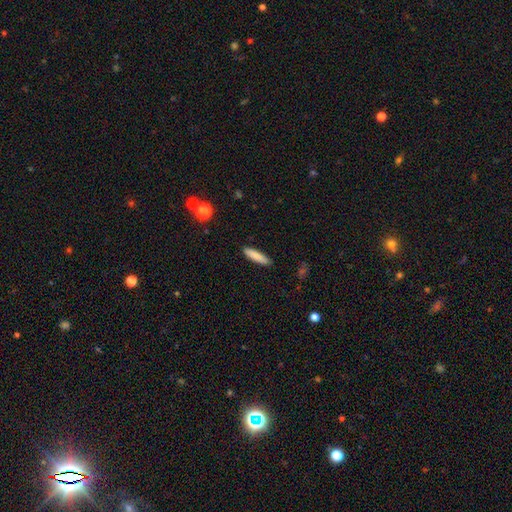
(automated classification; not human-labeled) smooth-or-featured: smooth: 85% | featured or disk: 9% | star or artifact: 6%
  how-rounded: cigar-shaped: 82% | in between: 17% | round: 1%
  merging: none: 90% | minor disturbance: 7% | major disturbance: 2% | merger: 1%